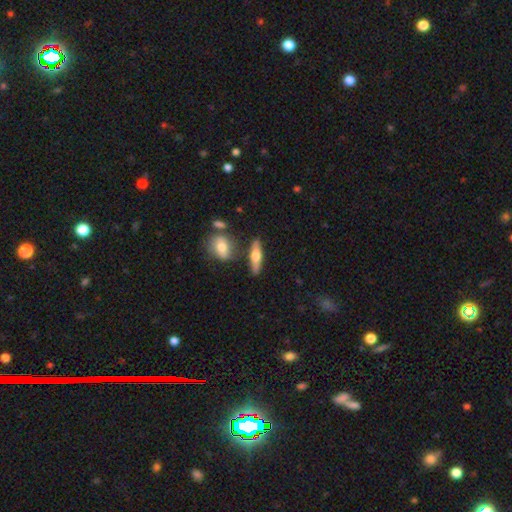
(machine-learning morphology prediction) smooth 49%, featured or disk 45%, star or artifact 6%. Down the decision tree: merging — none (78%).